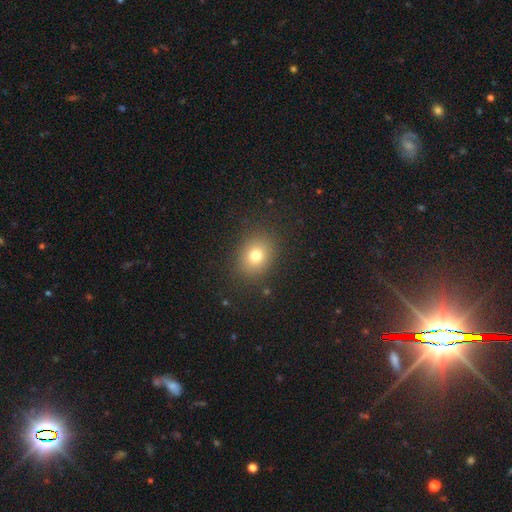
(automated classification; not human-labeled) Smooth or featured? smooth (77%)
How rounded? in between (50%)
Merging? none (86%)